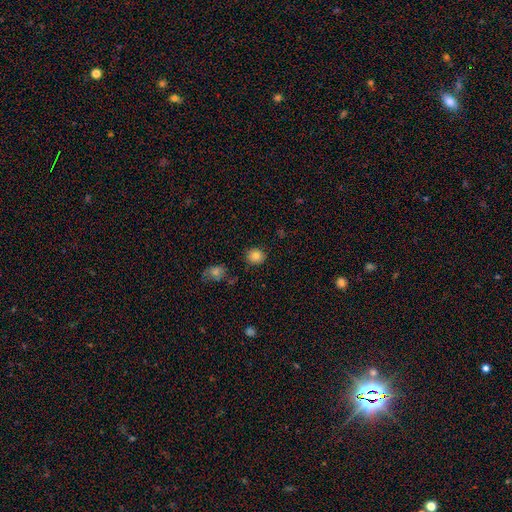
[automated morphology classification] This appears to be a smooth galaxy with no disk features (82%) that is round (87%). Merging: none (87%).